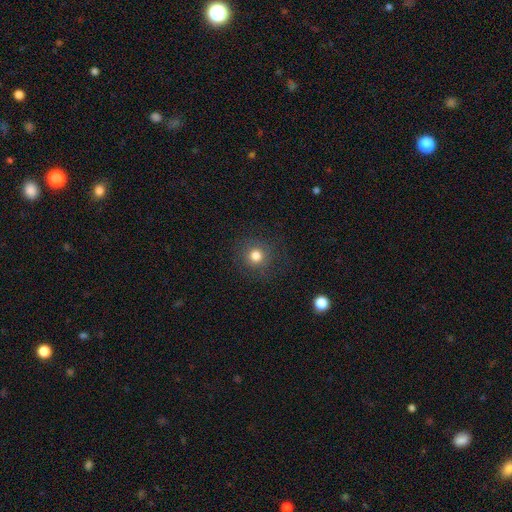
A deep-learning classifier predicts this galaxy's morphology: Smooth or featured?
  - smooth: 80% *
  - star or artifact: 13%
  - featured or disk: 7%
How rounded?
  - round: 93% *
  - in between: 6%
  - cigar-shaped: 1%
Merging?
  - none: 87% *
  - minor disturbance: 8%
  - major disturbance: 4%
  - merger: 1%